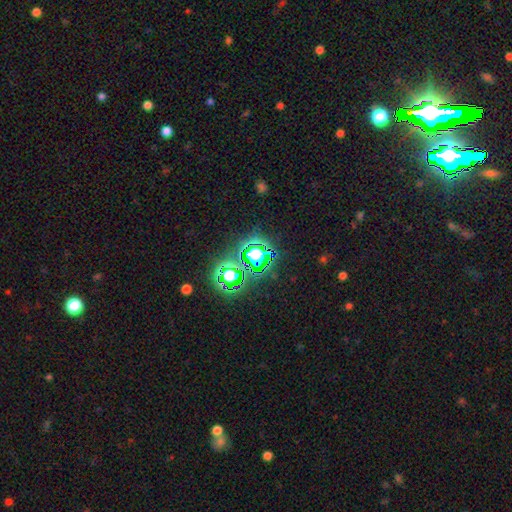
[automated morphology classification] This is likely a star or artifact rather than a galaxy (68%).